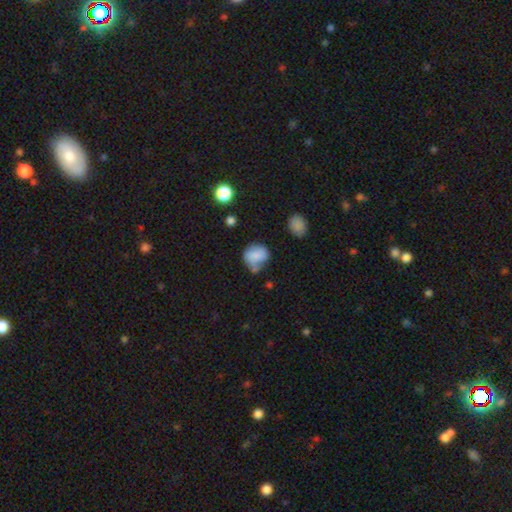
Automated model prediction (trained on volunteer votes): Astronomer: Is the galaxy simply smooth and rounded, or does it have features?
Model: smooth — 76%.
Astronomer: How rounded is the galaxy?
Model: round — 68%.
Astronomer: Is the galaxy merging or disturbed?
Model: none — 45% (runner-up: minor disturbance, 31%).